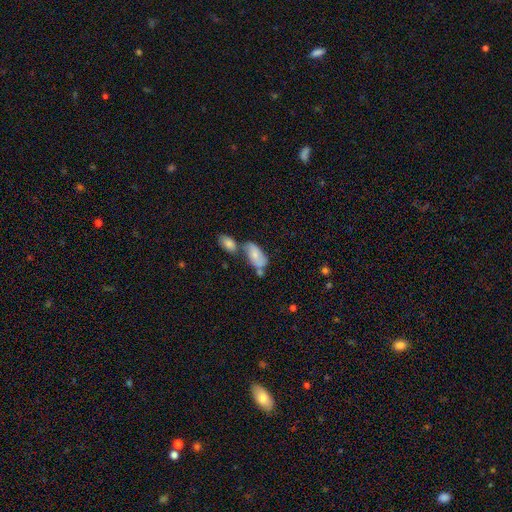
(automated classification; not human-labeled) smooth_or_featured: smooth (p=0.66) [alt: featured or disk p=0.27]
how_rounded: in between (p=0.91) [alt: cigar-shaped p=0.06]
merging: merger (p=0.40) [alt: none p=0.35]